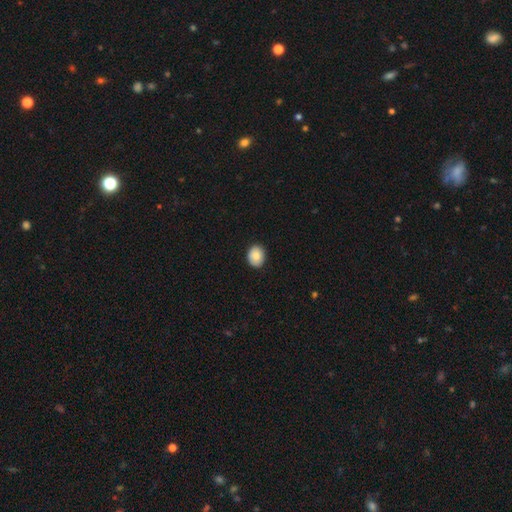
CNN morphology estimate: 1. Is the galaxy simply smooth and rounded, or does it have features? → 85% smooth, 8% star or artifact, 7% featured or disk.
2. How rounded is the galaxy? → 51% round, 48% in between, 1% cigar-shaped.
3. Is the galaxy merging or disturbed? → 89% none, 8% minor disturbance, 2% major disturbance, 1% merger.